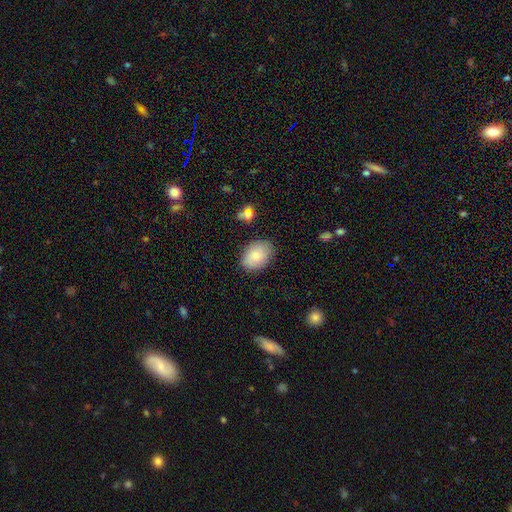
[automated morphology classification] Smooth or featured?
  - smooth: 84% *
  - featured or disk: 9%
  - star or artifact: 7%
How rounded?
  - in between: 84% *
  - round: 15%
  - cigar-shaped: 1%
Merging?
  - none: 82% *
  - minor disturbance: 13%
  - major disturbance: 3%
  - merger: 2%